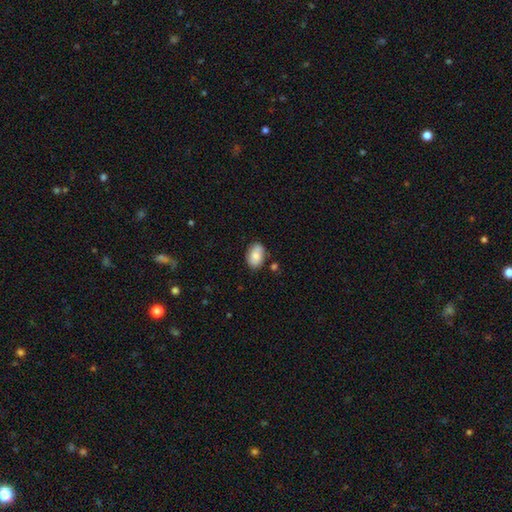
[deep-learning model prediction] Smooth or featured?
  - smooth: 80% *
  - featured or disk: 13%
  - star or artifact: 7%
How rounded?
  - in between: 87% *
  - round: 12%
  - cigar-shaped: 1%
Merging?
  - none: 76% *
  - minor disturbance: 17%
  - merger: 4%
  - major disturbance: 3%